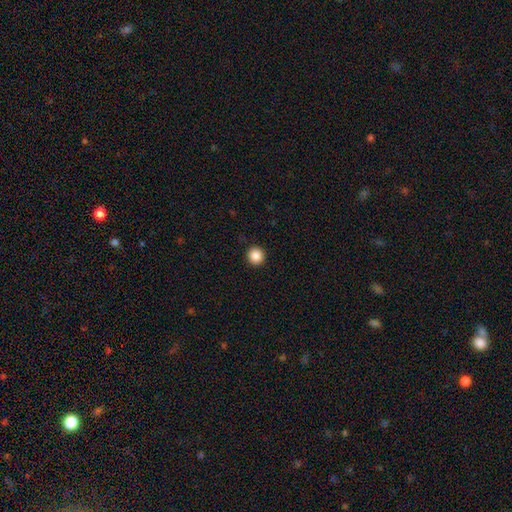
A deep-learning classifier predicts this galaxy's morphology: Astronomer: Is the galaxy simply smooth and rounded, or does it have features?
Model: smooth — 87%.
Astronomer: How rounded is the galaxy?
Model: round — 94%.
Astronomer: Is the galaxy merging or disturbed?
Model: none — 93%.